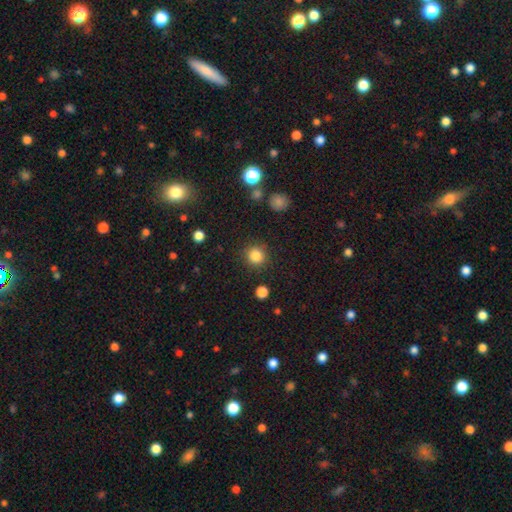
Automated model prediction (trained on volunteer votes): smooth-or-featured: smooth: 84% | star or artifact: 11% | featured or disk: 4%
  how-rounded: round: 93% | in between: 6% | cigar-shaped: 1%
  merging: none: 89% | minor disturbance: 6% | major disturbance: 3% | merger: 2%